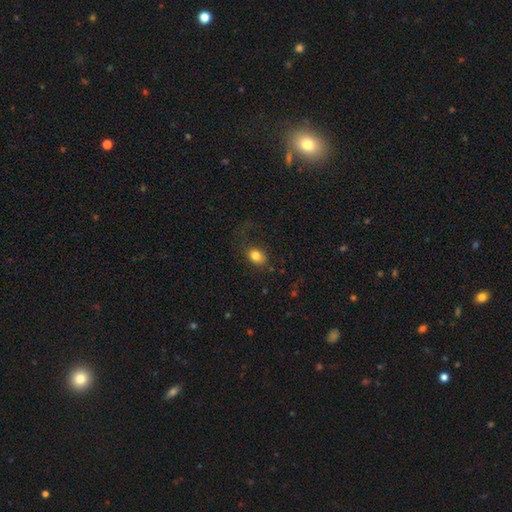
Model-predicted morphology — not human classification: smooth_or_featured: smooth (p=0.82) [alt: star or artifact p=0.10]
how_rounded: in between (p=0.64) [alt: round p=0.35]
merging: none (p=0.69) [alt: minor disturbance p=0.16]